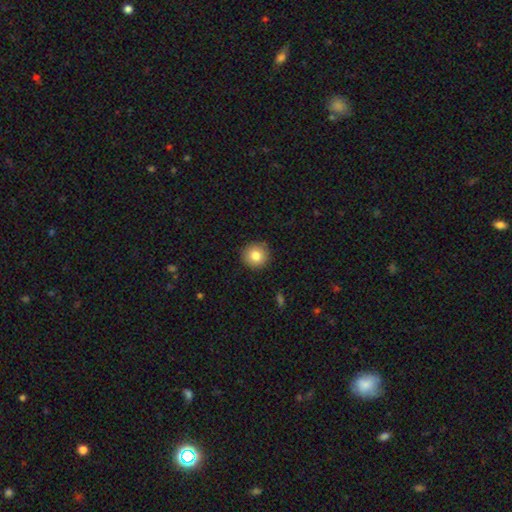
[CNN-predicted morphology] Overall: smooth (81%). How rounded: round (94%). Merging: none (90%).